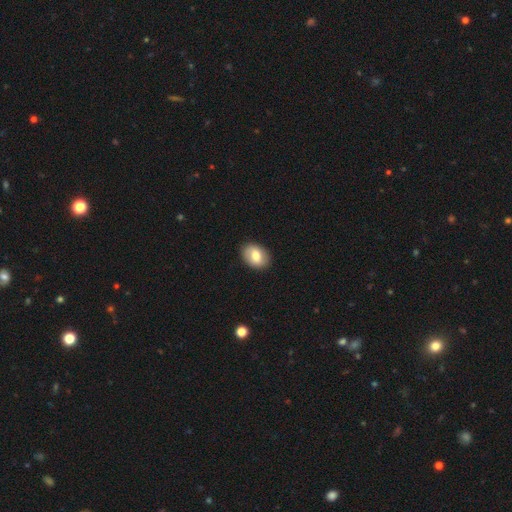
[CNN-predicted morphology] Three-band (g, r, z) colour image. It shows a smooth galaxy with no disk features (76%) that is in between round and cigar-shaped (77%). Merging: none (88%).